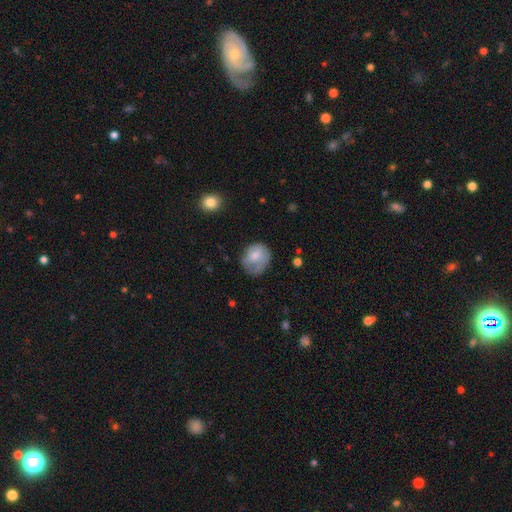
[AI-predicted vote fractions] smooth-or-featured: smooth: 71% | featured or disk: 22% | star or artifact: 8%
  how-rounded: round: 69% | in between: 30% | cigar-shaped: 1%
  merging: none: 53% | minor disturbance: 30% | major disturbance: 15% | merger: 2%